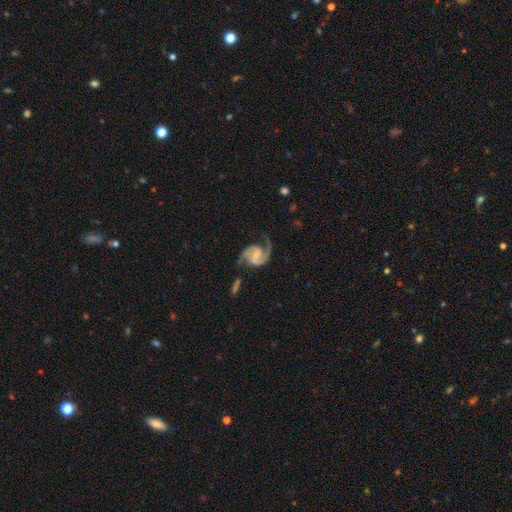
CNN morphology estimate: smooth_or_featured: featured or disk (p=0.91) [alt: smooth p=0.04]
disk_edge_on: no (p=0.98) [alt: yes p=0.02]
bar: weak (p=0.47) [alt: no p=0.33]
has_spiral_arms: yes (p=0.98) [alt: no p=0.02]
spiral_winding: medium (p=0.56) [alt: loose p=0.27]
spiral_arm_count: 2 (p=0.91) [alt: 1 p=0.03]
bulge_size: small (p=0.44) [alt: none p=0.35]
merging: none (p=0.66) [alt: minor disturbance p=0.17]